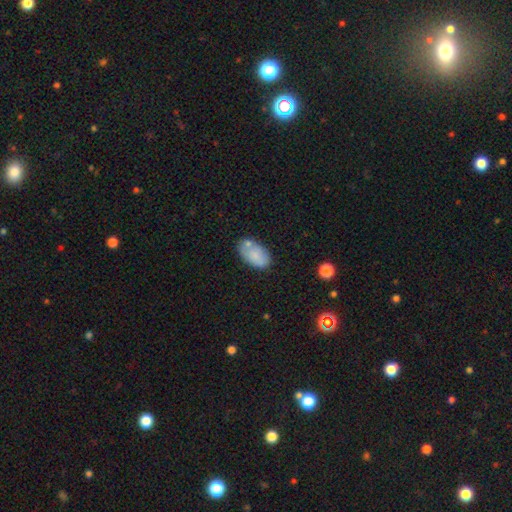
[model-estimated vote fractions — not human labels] This appears to be a smooth galaxy with no disk features (76%) that is in between round and cigar-shaped (93%). Merging: none (58%).